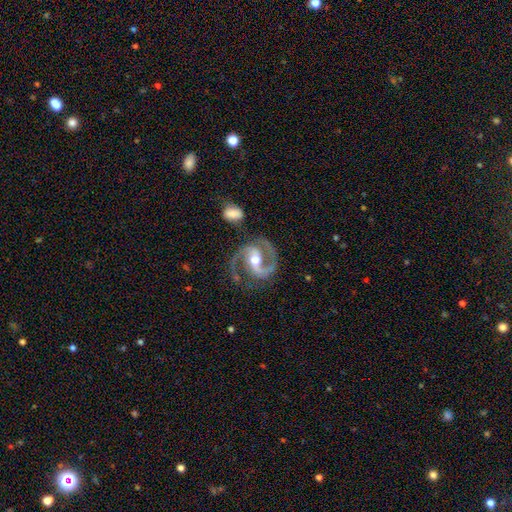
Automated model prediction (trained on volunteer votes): Overall: featured or disk (93%). Edge-on disk: no (98%). Bar: strong (43%; weak 34%). Spiral arms: yes (98%). Spiral arm count: 2 (93%). Spiral winding: medium (67%). Bulge size: moderate (75%). Merging: none (74%).